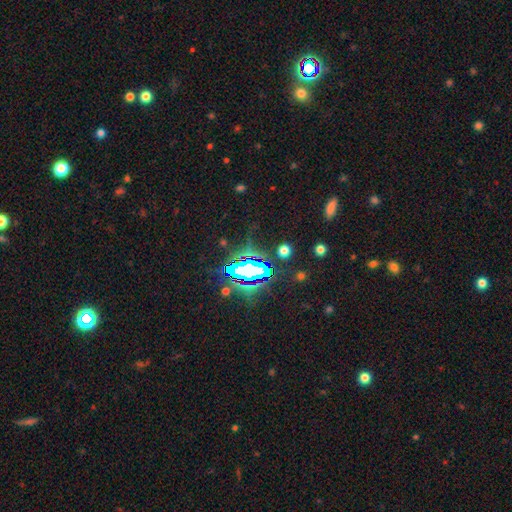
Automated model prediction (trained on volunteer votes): A star or artifact, not a galaxy (80%).